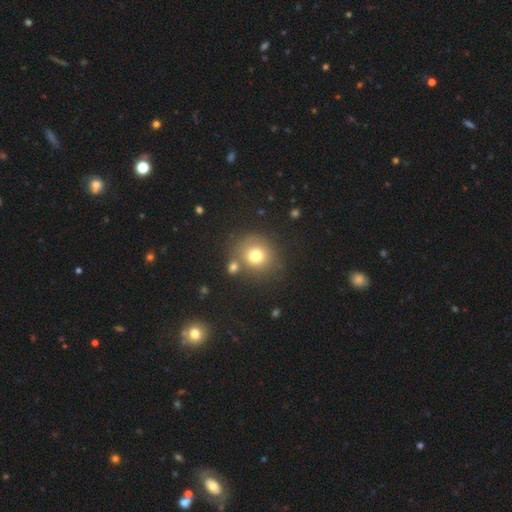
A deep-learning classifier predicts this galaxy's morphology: The model was most divided on "merging": none: 68%, merger: 16%, minor disturbance: 11%, major disturbance: 5%. More confident: how rounded — round (87%); smooth or featured — smooth (74%).